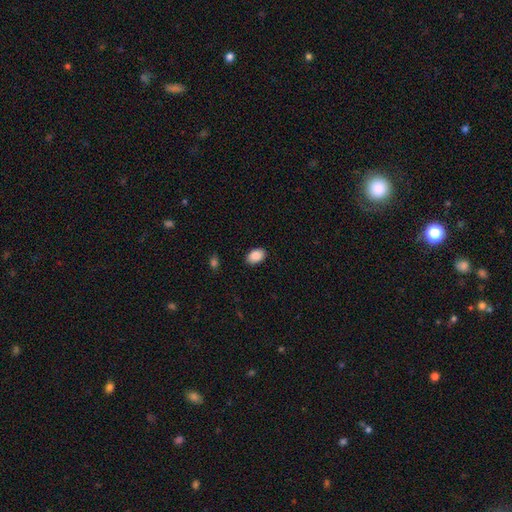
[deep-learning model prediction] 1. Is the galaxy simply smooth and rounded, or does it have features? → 88% smooth, 7% star or artifact, 4% featured or disk.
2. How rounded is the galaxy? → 88% in between, 11% round, 1% cigar-shaped.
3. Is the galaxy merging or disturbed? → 89% none, 8% minor disturbance, 2% major disturbance, 1% merger.